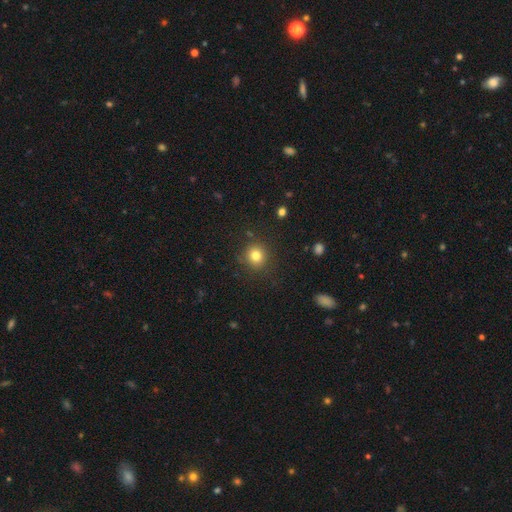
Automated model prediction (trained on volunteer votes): smooth_or_featured: smooth (p=0.80) [alt: star or artifact p=0.13]
how_rounded: round (p=0.89) [alt: in between p=0.10]
merging: none (p=0.87) [alt: minor disturbance p=0.08]